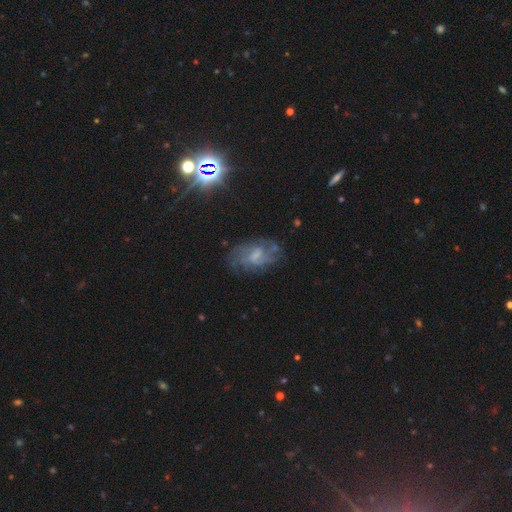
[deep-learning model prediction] Morphology: type=featured or disk (69%); edge-on=no (96%); bar=weak (52%); spiral arms=yes (82%); winding=medium (43%); arm count=can't tell (46%); bulge=small (33%); merging=none (63%).